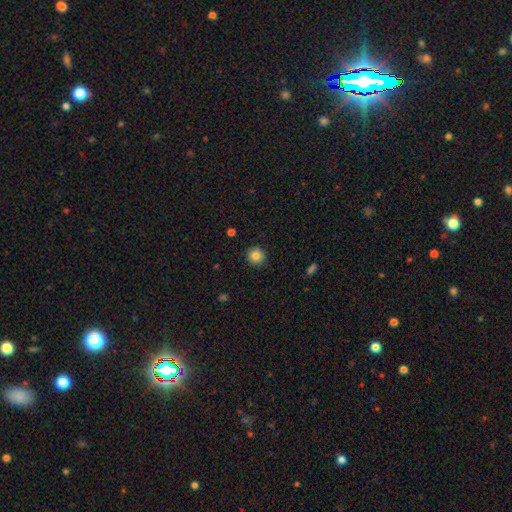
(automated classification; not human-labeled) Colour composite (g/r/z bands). It shows a smooth galaxy with no disk features (84%) that is round (95%). Merging: none (91%).